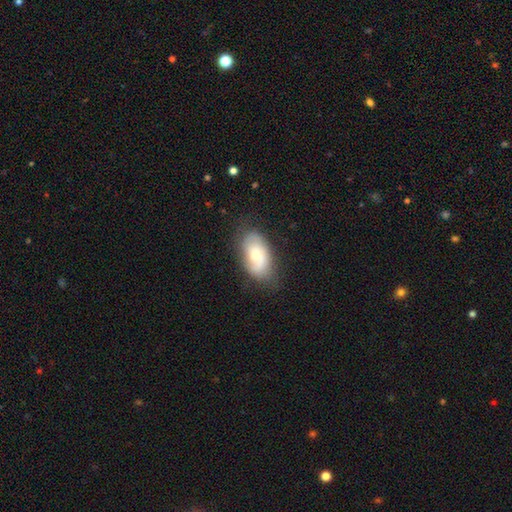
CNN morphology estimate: This appears to be a smooth galaxy with no disk features (47%). Merging: none (71%).